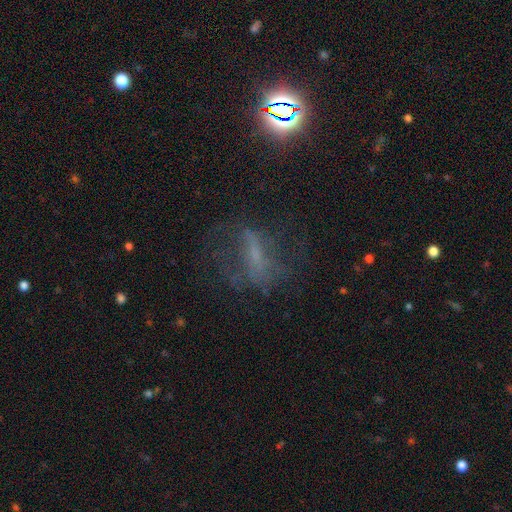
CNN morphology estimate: smooth-or-featured: featured or disk: 45% | star or artifact: 31% | smooth: 25%
  merging: none: 53% | major disturbance: 26% | minor disturbance: 19% | merger: 2%